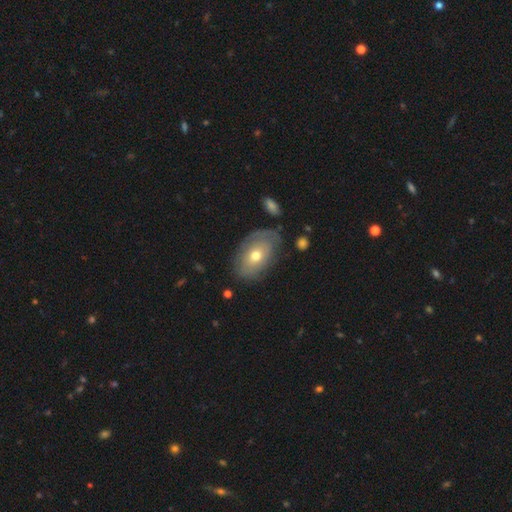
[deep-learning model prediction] Smooth or featured? Predicted: smooth (p=0.53). How rounded? Predicted: in between (p=0.86). Merging? Predicted: none (p=0.69).